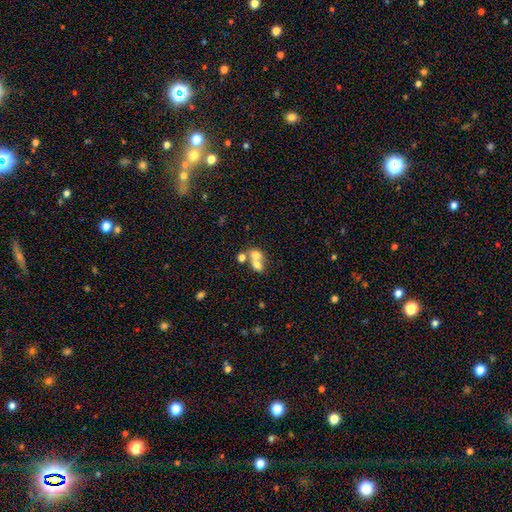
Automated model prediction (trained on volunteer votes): Smooth or featured: smooth — 67% (featured or disk — 21%)
How rounded: in between — 54% (round — 45%)
Merging: merger — 65% (none — 24%)